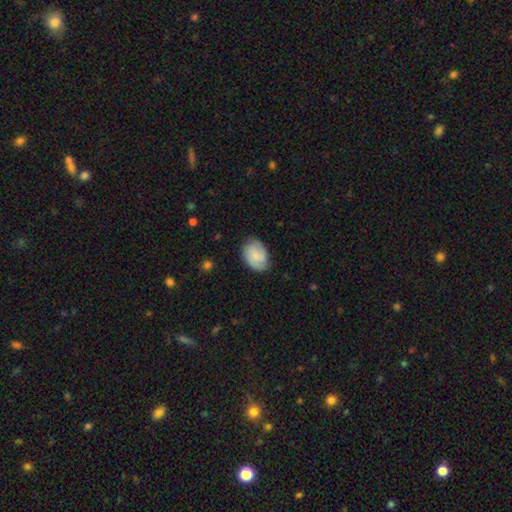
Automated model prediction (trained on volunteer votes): A smooth galaxy with no disk features (48%).

Vote fractions:
- Smooth or featured? smooth: 48% / featured or disk: 45% / star or artifact: 7%
- Merging? none: 78% / minor disturbance: 17% / major disturbance: 4% / merger: 1%